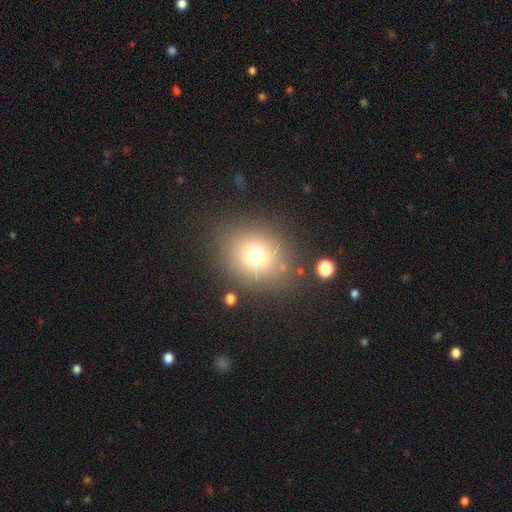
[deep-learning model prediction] Smooth or featured? smooth (72%)
How rounded? round (75%)
Merging? none (82%)